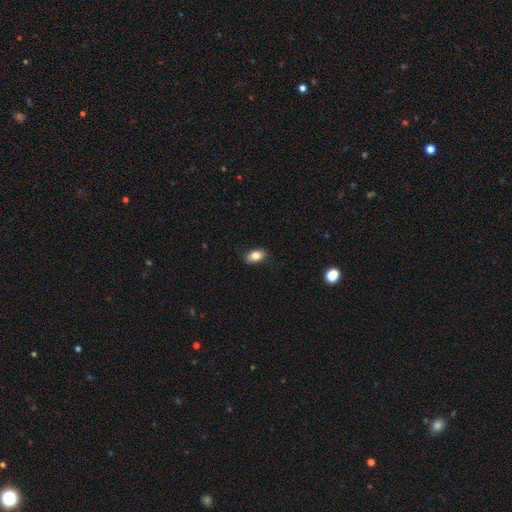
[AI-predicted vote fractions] A smooth galaxy with no disk features (83%) that is in between round and cigar-shaped (89%). Merging: none (88%).